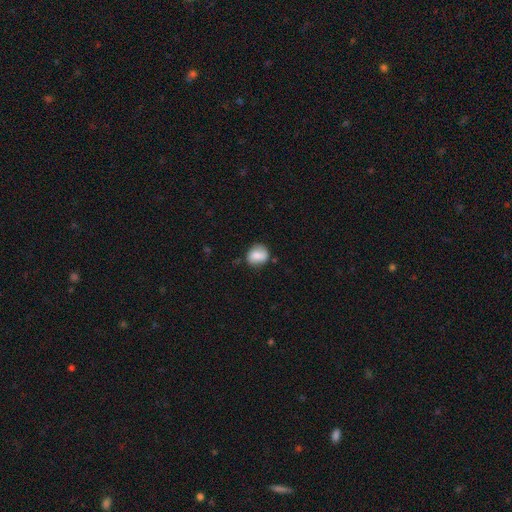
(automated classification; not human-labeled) A smooth galaxy with no disk features (75%) that is round (65%). Merging: none (68%).